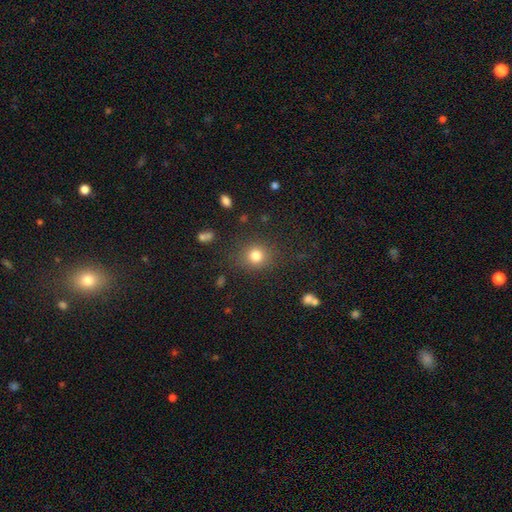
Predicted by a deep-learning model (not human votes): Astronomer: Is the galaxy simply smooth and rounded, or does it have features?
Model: smooth — 81%.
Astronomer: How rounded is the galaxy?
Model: round — 85%.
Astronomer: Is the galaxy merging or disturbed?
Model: none — 84%.